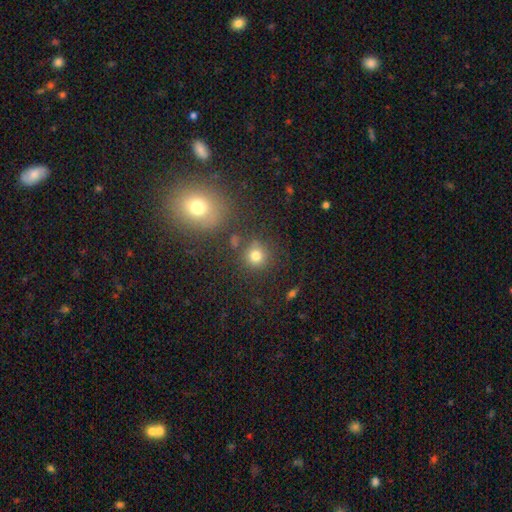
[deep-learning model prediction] smooth 76%, star or artifact 17%, featured or disk 8%. Down the decision tree: how rounded — round (89%); merging — none (76%).